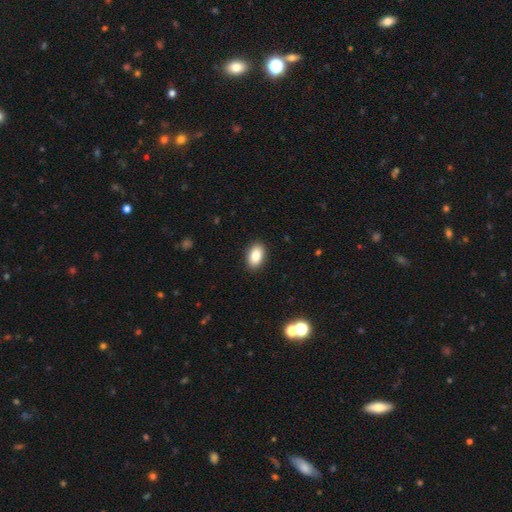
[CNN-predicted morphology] This is clearly a smooth galaxy (86%). How rounded: clearly in between (92%). Merging: clearly none (90%).